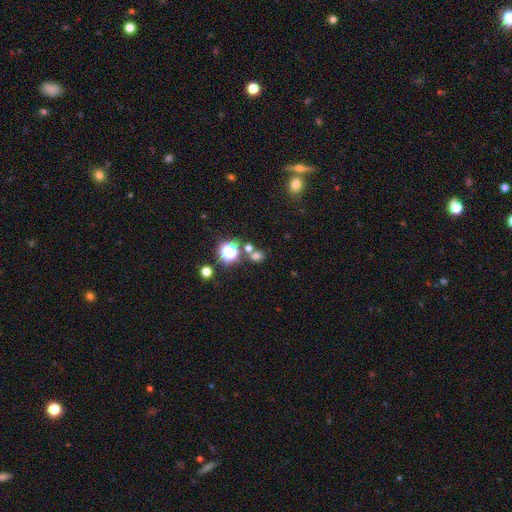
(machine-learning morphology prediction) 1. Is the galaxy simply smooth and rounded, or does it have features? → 61% smooth, 31% star or artifact, 7% featured or disk.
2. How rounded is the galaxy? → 74% round, 25% in between, 1% cigar-shaped.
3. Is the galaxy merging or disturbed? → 65% none, 21% merger, 10% minor disturbance, 4% major disturbance.